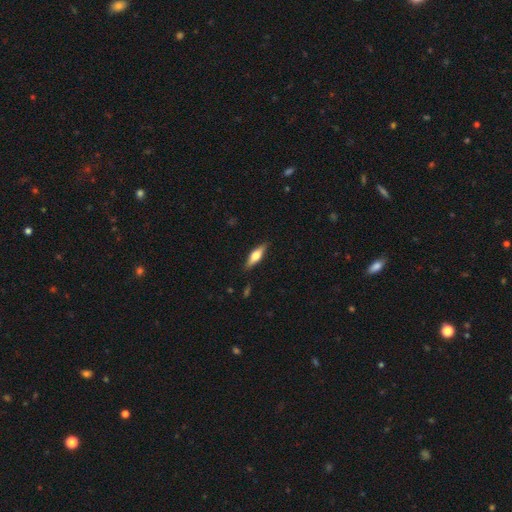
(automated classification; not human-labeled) This appears to be a smooth galaxy with no disk features (50%). Merging: none (87%).